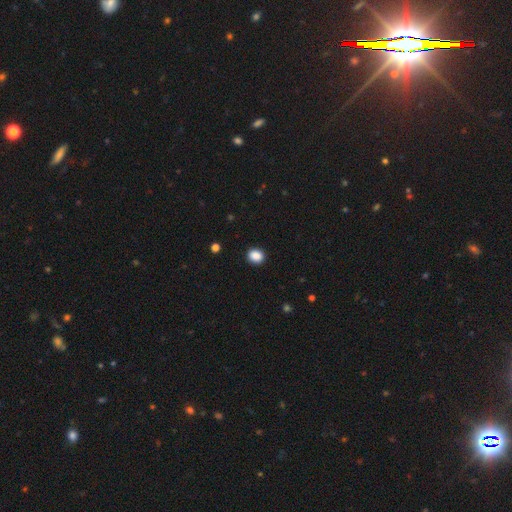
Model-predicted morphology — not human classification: This is clearly a smooth galaxy (88%). How rounded: likely round (62%). Merging: clearly none (91%).